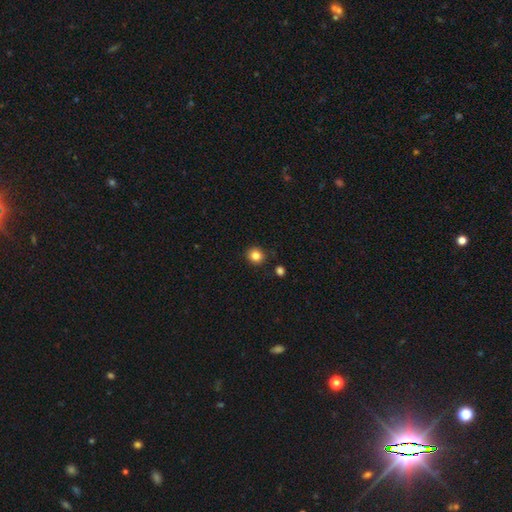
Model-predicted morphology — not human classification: This appears to be a smooth galaxy with no disk features (83%) that is round (89%). Merging: none (89%).